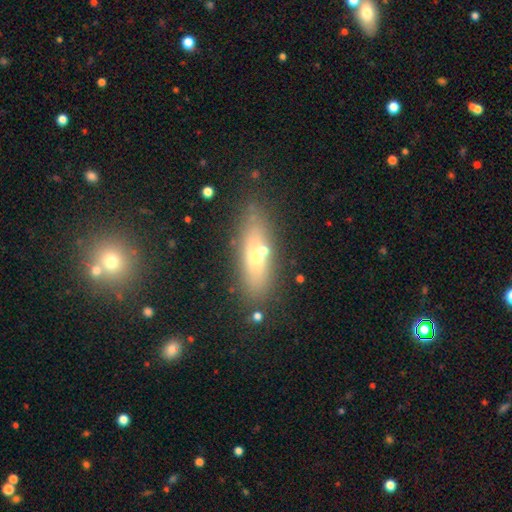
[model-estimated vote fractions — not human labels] smooth_or_featured: smooth (p=0.48) [alt: featured or disk p=0.38]
merging: none (p=0.76) [alt: minor disturbance p=0.12]